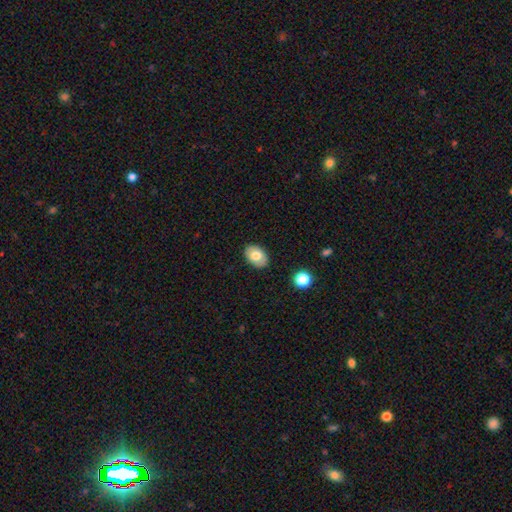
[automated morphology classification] The model was most divided on "smooth or featured": smooth: 77%, featured or disk: 16%, star or artifact: 8%. More confident: merging — none (87%); how rounded — in between (84%).